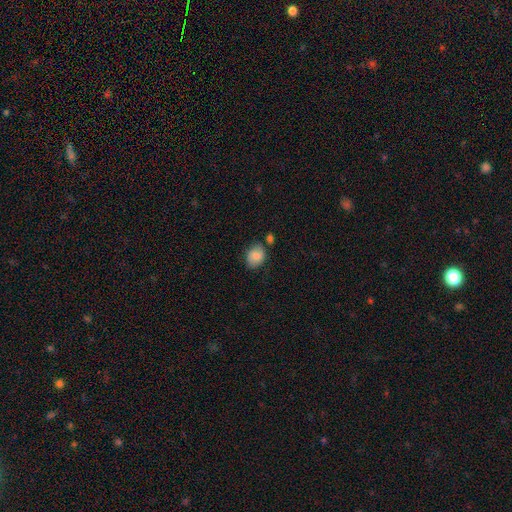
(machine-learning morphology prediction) smooth_or_featured: smooth (p=0.81) [alt: featured or disk p=0.11]
how_rounded: in between (p=0.59) [alt: round p=0.40]
merging: none (p=0.70) [alt: minor disturbance p=0.18]